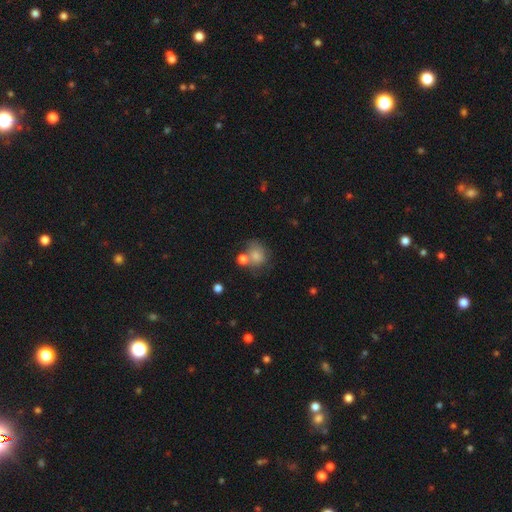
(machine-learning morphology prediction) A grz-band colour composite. It shows a smooth galaxy with no disk features (76%) that is round (67%). Merging: none (43%).